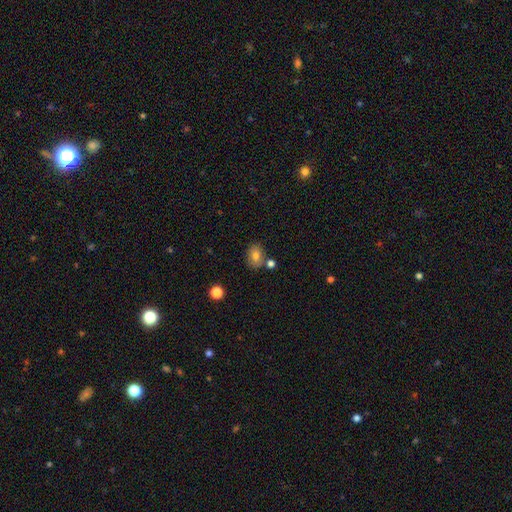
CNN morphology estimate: Smooth or featured? Predicted: smooth (p=0.78). How rounded? Predicted: in between (p=0.67). Merging? Predicted: none (p=0.72).